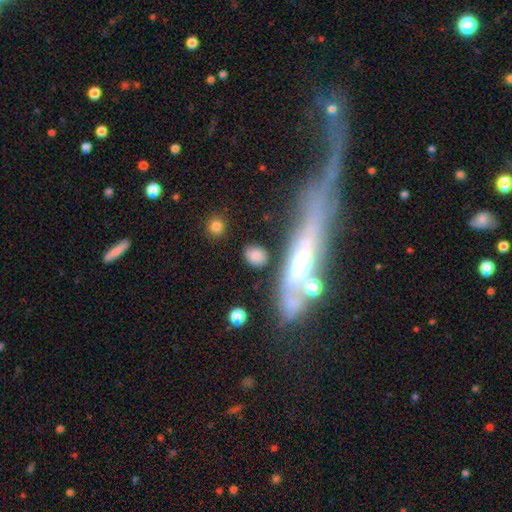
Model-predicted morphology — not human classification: smooth-or-featured: smooth: 75% | featured or disk: 15% | star or artifact: 10%
  how-rounded: round: 47% (tied) | in between: 47% (tied) | cigar-shaped: 7%
  merging: none: 75% | minor disturbance: 12% | major disturbance: 6% | merger: 6%